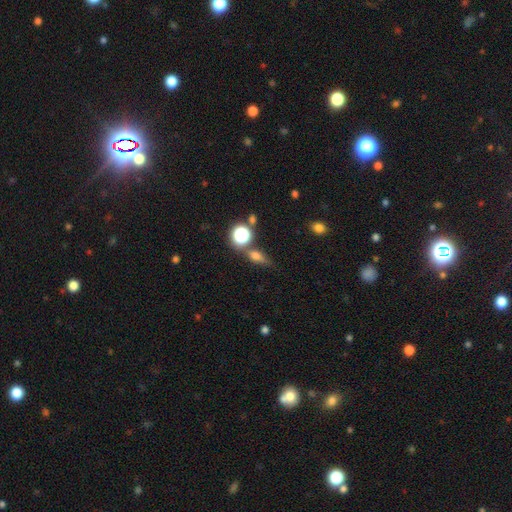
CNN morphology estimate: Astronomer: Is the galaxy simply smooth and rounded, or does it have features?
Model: smooth — 58%.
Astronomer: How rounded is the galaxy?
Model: in between — 47% (runner-up: round, 32%).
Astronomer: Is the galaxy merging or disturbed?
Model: none — 62%.